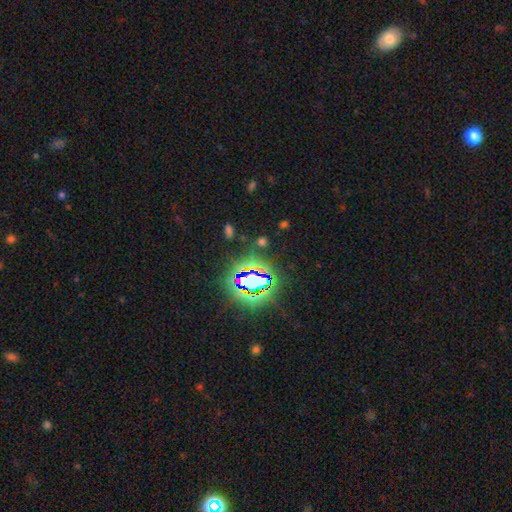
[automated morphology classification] Overall: star or artifact (78%).